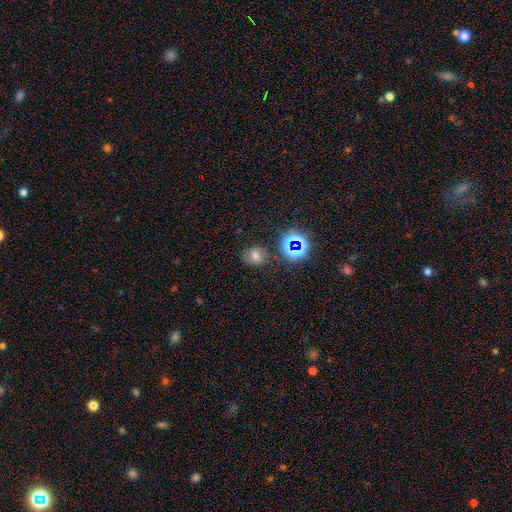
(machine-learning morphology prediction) A smooth galaxy with no disk features (50%) that is round (56%).

Vote fractions:
- Smooth or featured? smooth: 50% / star or artifact: 33% / featured or disk: 17%
- How rounded? round: 56% / in between: 43% / cigar-shaped: 1%
- Merging? none: 75% / minor disturbance: 15% / major disturbance: 6% / merger: 4%